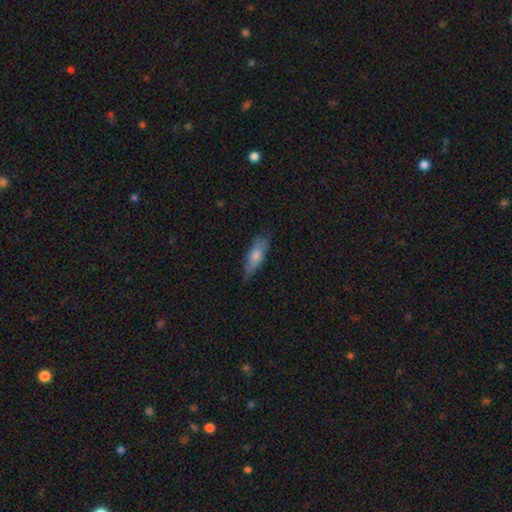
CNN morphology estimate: A smooth galaxy with no disk features (71%) that is in between round and cigar-shaped (61%). Merging: none (66%).